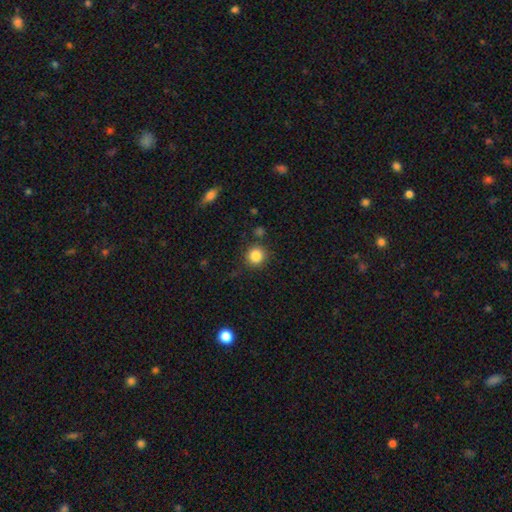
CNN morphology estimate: smooth_or_featured: smooth (p=0.84) [alt: star or artifact p=0.11]
how_rounded: round (p=0.92) [alt: in between p=0.07]
merging: none (p=0.86) [alt: minor disturbance p=0.08]